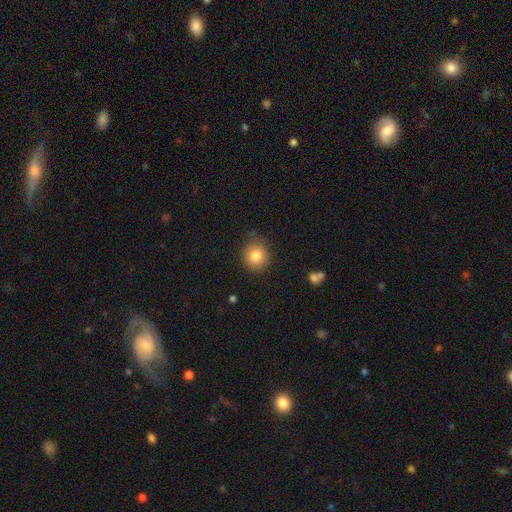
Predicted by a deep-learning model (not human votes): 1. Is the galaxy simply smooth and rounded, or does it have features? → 82% smooth, 10% star or artifact, 8% featured or disk.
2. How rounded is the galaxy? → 86% round, 13% in between, 1% cigar-shaped.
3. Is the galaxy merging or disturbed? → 80% none, 15% minor disturbance, 3% major disturbance, 2% merger.